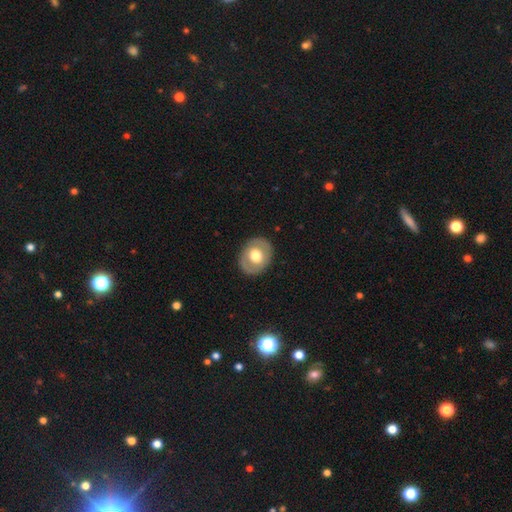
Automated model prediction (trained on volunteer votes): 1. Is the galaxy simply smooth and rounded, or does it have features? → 54% smooth, 40% featured or disk, 6% star or artifact.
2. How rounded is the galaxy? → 56% round, 43% in between, 1% cigar-shaped.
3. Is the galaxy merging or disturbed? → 86% none, 10% minor disturbance, 3% major disturbance, 1% merger.